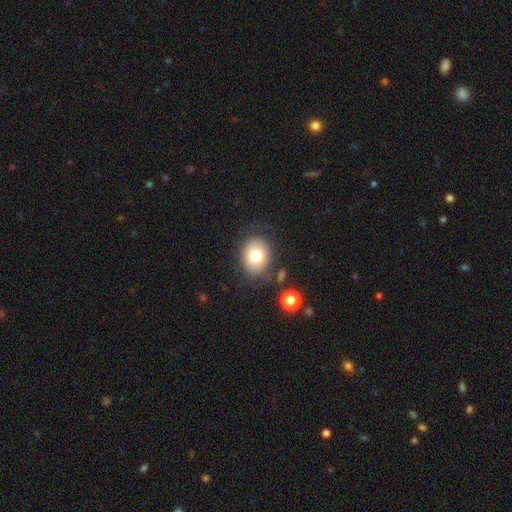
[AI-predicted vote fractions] Morphology: type=smooth (77%); roundness=round (56%); merging=none (78%).